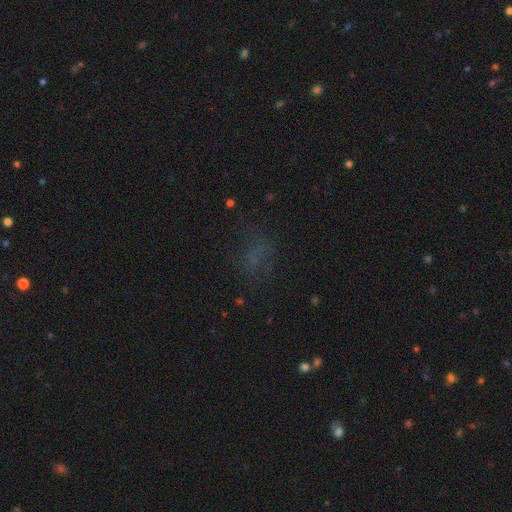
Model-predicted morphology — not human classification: This appears to be a smooth galaxy with no disk features (45%). Merging: none (58%).